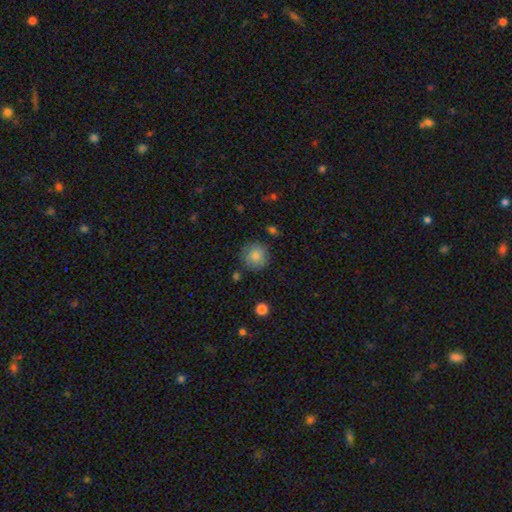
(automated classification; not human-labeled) A smooth galaxy with no disk features (85%) that is round (93%). Merging: none (83%).